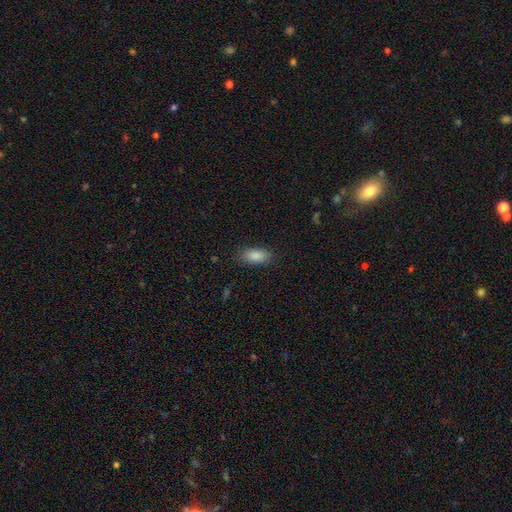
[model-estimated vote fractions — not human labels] A smooth galaxy with no disk features (86%) that is in between round and cigar-shaped (89%). Merging: none (83%).